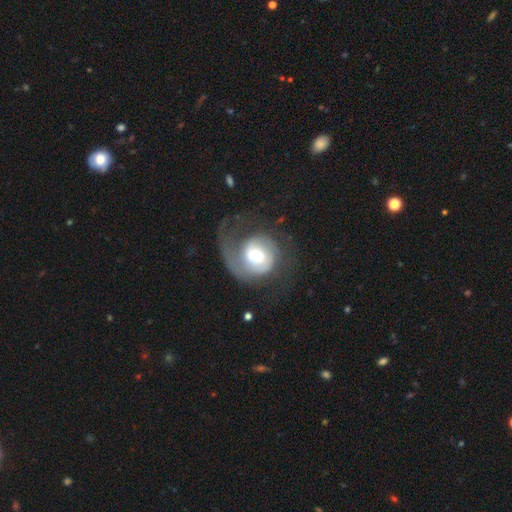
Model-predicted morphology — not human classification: This appears to be a featured or disk galaxy (66%) with no bar (55%), 1 (57%) medium (35%) spiral arms (84%) and a moderate central bulge (63%). Merging: major disturbance (43%).